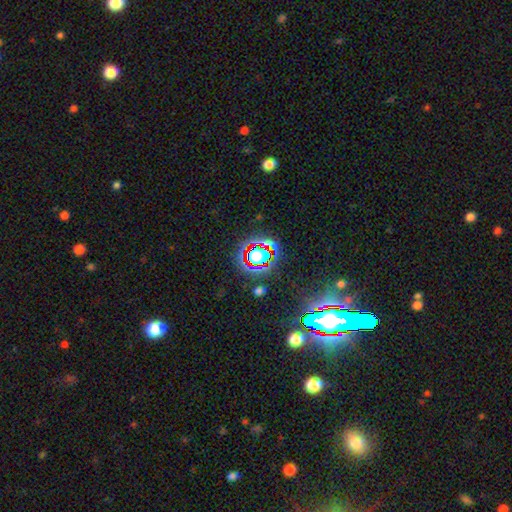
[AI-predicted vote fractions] This appears to be a star or artifact, not a galaxy (61%).